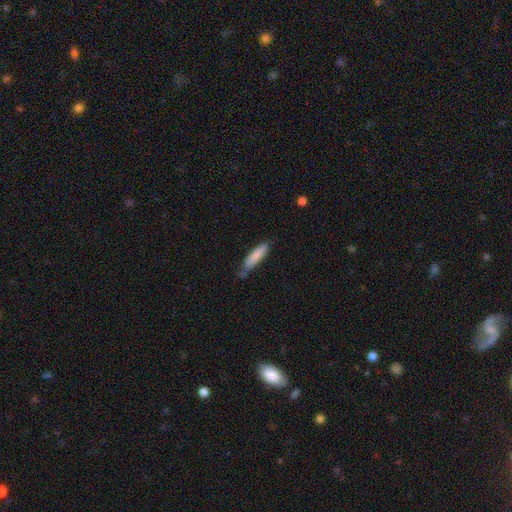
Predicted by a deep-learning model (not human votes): smooth 82%, featured or disk 12%, star or artifact 6%. Down the decision tree: how rounded — cigar-shaped (74%); merging — none (56%).